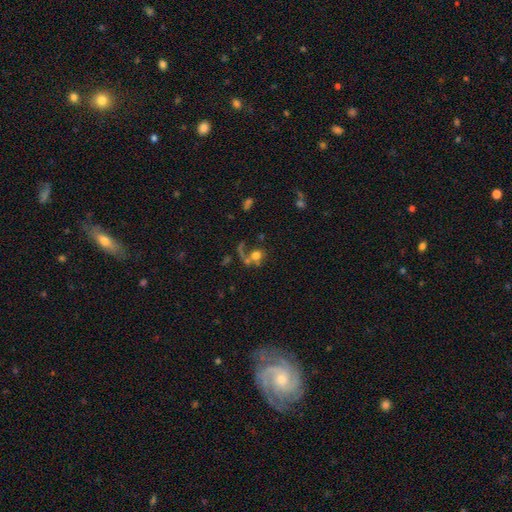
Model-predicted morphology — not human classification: This appears to be a smooth galaxy with no disk features (59%) that is round (75%). Merging: none (34%).